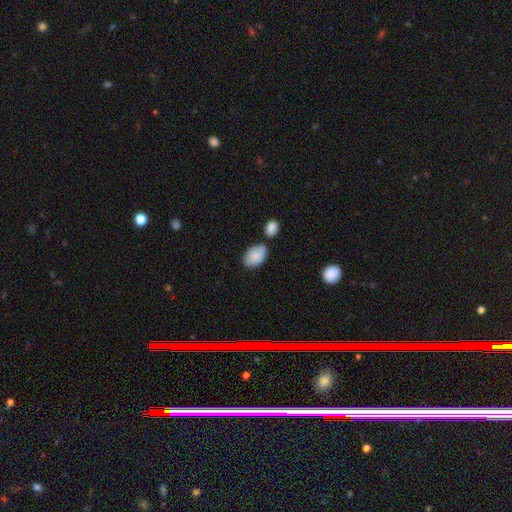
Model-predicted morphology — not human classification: smooth 87%, featured or disk 6%, star or artifact 6%. Down the decision tree: how rounded — in between (93%); merging — none (65%).